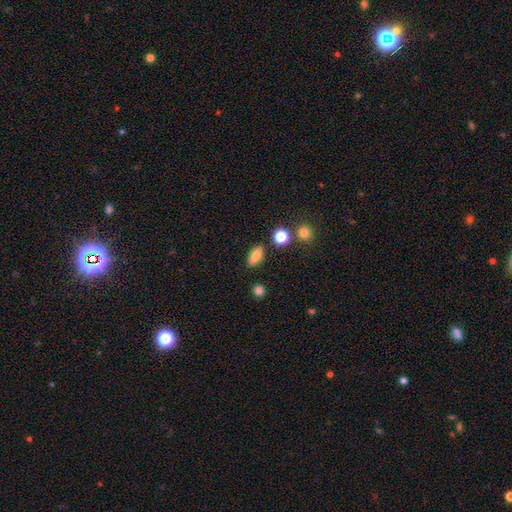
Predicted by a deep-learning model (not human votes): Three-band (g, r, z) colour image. It shows a smooth galaxy with no disk features (77%) that is in between round and cigar-shaped (78%). Merging: none (85%).